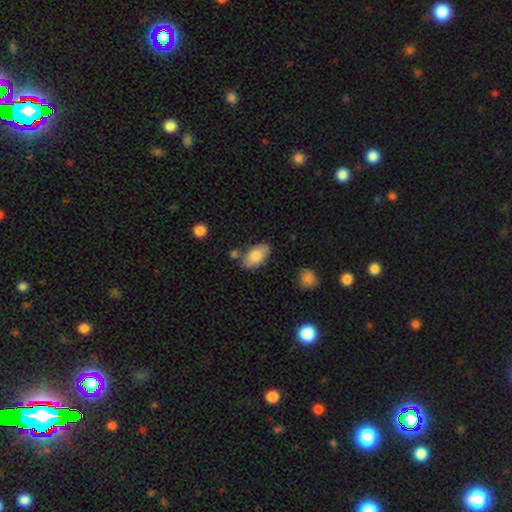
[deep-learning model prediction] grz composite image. It shows a smooth galaxy with no disk features (81%) that is in between round and cigar-shaped (94%). Merging: none (73%).